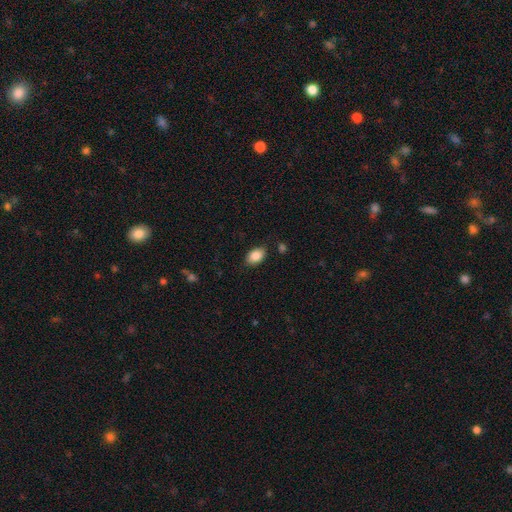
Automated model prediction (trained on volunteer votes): The model was most divided on "merging": none: 83%, minor disturbance: 12%, major disturbance: 3%, merger: 2%. More confident: how rounded — in between (89%); smooth or featured — smooth (87%).